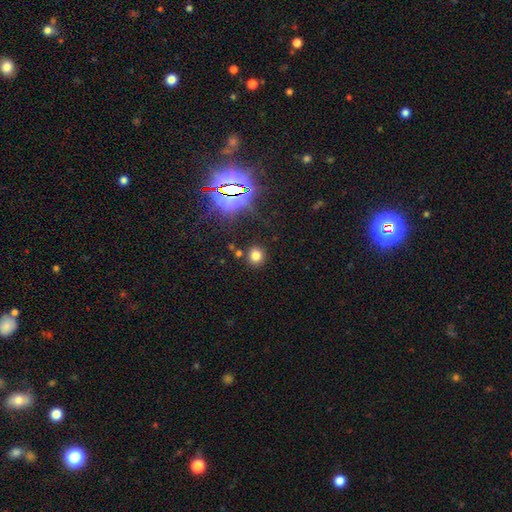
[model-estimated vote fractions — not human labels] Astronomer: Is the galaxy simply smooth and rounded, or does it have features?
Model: smooth — 73%.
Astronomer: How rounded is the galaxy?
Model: round — 84%.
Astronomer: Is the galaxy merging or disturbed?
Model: none — 85%.